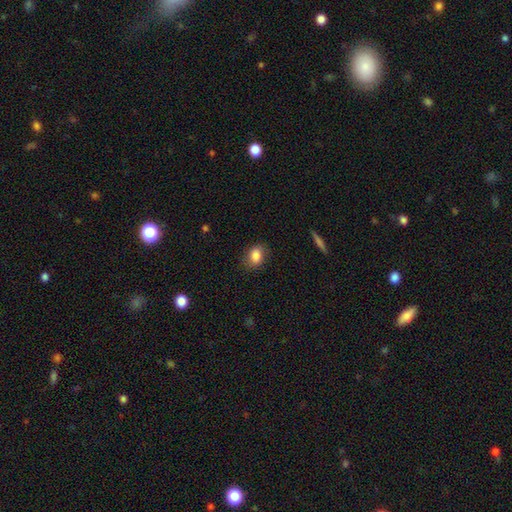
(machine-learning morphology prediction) This appears to be a smooth galaxy with no disk features (85%) that is in between round and cigar-shaped (65%). Merging: none (80%).